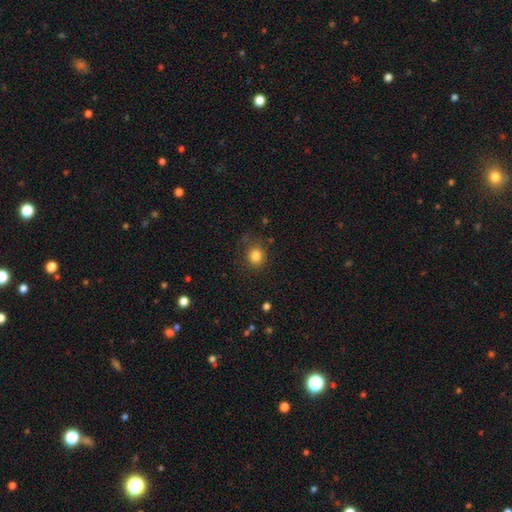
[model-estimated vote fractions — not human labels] A smooth galaxy with no disk features (83%) that is round (81%).

Vote fractions:
- Smooth or featured? smooth: 83% / star or artifact: 12% / featured or disk: 6%
- How rounded? round: 81% / in between: 18% / cigar-shaped: 1%
- Merging? none: 79% / minor disturbance: 14% / major disturbance: 5% / merger: 2%